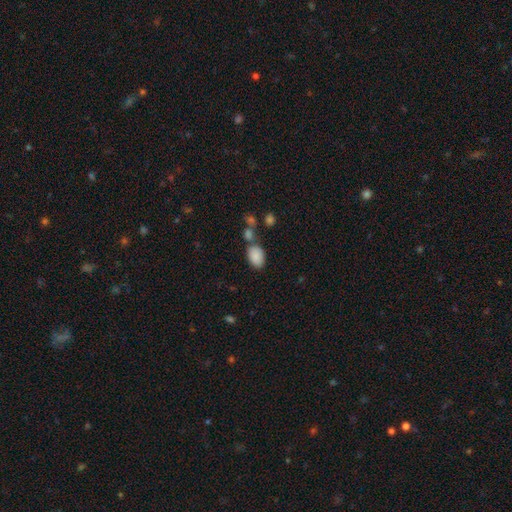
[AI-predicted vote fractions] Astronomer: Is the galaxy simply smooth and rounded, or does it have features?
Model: smooth — 87%.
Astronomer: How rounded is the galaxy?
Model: in between — 88%.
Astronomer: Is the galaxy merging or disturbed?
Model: none — 65%.